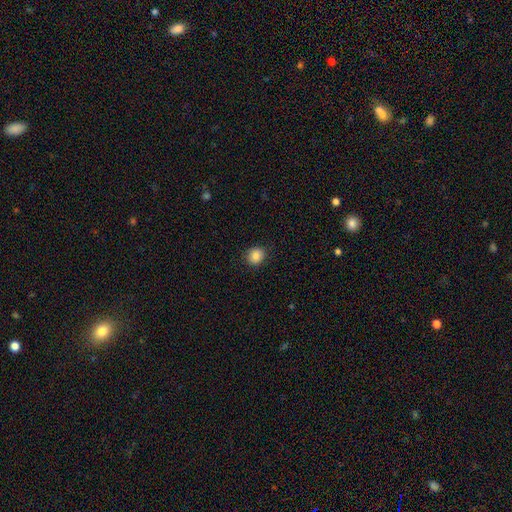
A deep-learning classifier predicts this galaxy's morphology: This appears to be a smooth galaxy with no disk features (86%) that is round (76%). Merging: none (88%).